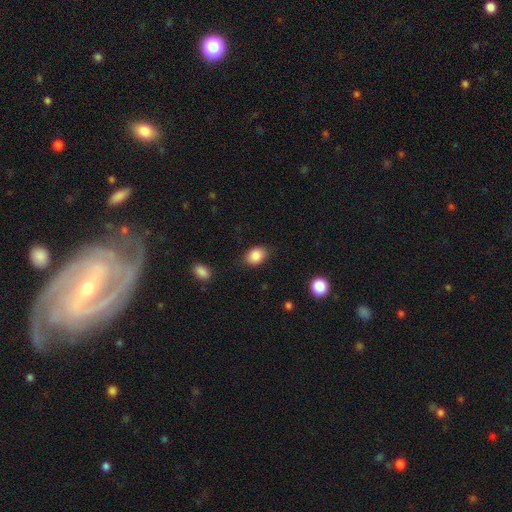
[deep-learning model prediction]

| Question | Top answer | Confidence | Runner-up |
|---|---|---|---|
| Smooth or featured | smooth | 86% | star or artifact (8%) |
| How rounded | in between | 76% | round (23%) |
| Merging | none | 81% | minor disturbance (14%) |